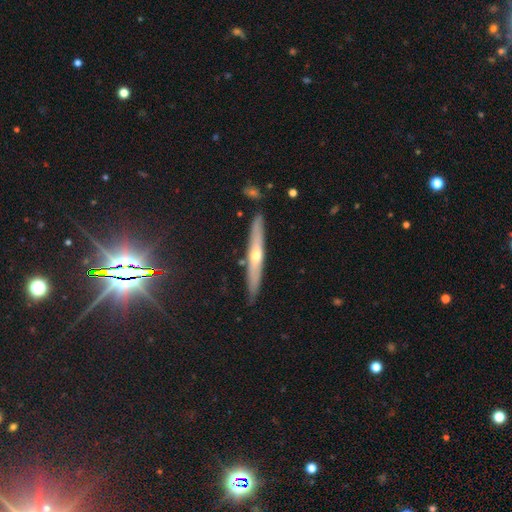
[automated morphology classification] A featured or disk galaxy (62%) viewed edge-on (92%) with a rounded central bulge (80%).

Vote fractions:
- Smooth or featured? featured or disk: 62% / smooth: 31% / star or artifact: 7%
- Edge-on disk? yes: 92% / no: 8%
- Edge-on bulge? rounded: 80% / none: 18% / boxy: 2%
- Merging? none: 88% / minor disturbance: 9% / merger: 2% / major disturbance: 2%